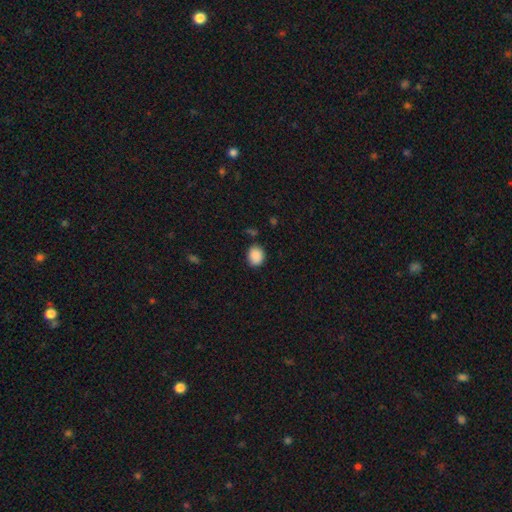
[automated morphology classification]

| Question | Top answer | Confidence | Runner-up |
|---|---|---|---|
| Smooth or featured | smooth | 89% | star or artifact (8%) |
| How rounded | round | 57% | in between (42%) |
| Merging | none | 80% | minor disturbance (14%) |